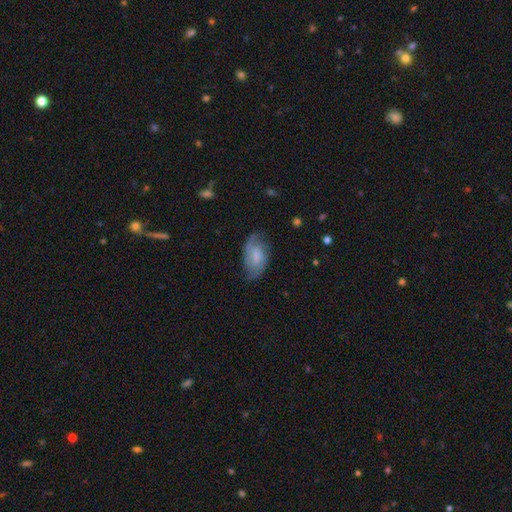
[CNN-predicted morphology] This is possibly a featured or disk galaxy (51%). It is clearly not viewed edge-on (95%). Merging: likely none (64%).